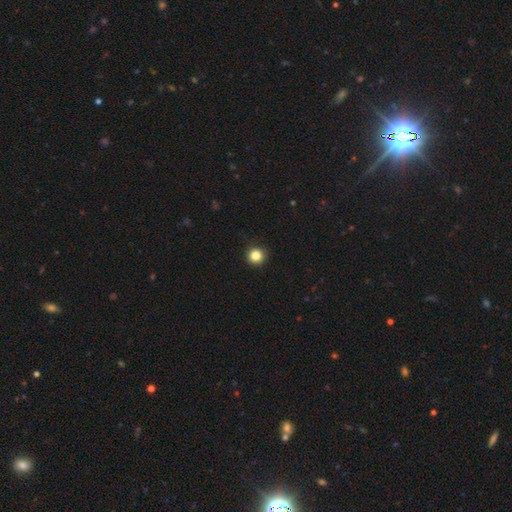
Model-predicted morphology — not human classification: Overall: smooth (84%). How rounded: round (95%). Merging: none (91%).